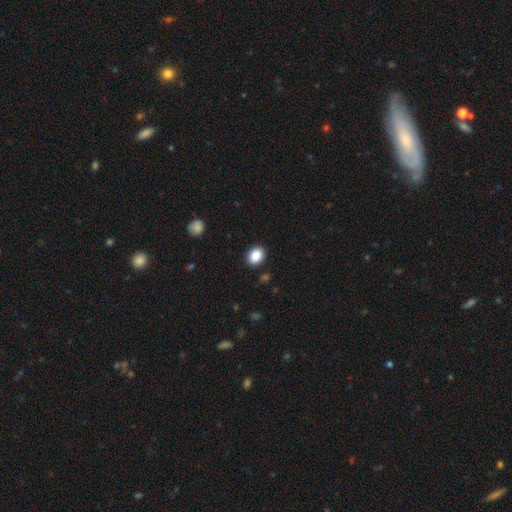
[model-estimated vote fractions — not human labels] The model was most divided on "how rounded": in between: 58%, round: 41%, cigar-shaped: 1%. More confident: merging — none (90%); smooth or featured — smooth (87%).